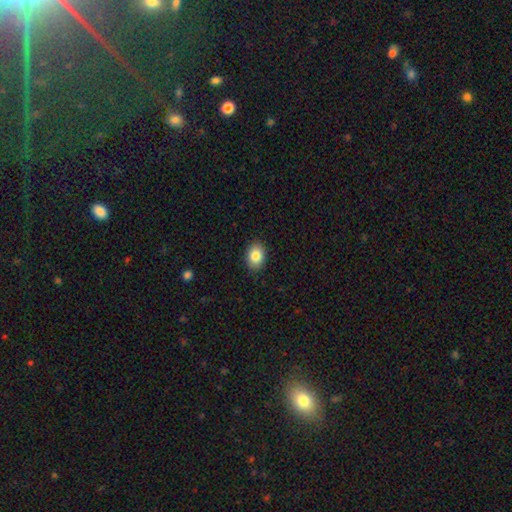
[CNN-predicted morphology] Smooth or featured?
  - smooth: 85% *
  - star or artifact: 8%
  - featured or disk: 7%
How rounded?
  - in between: 72% *
  - round: 27%
  - cigar-shaped: 1%
Merging?
  - none: 90% *
  - minor disturbance: 8%
  - major disturbance: 2%
  - merger: 1%